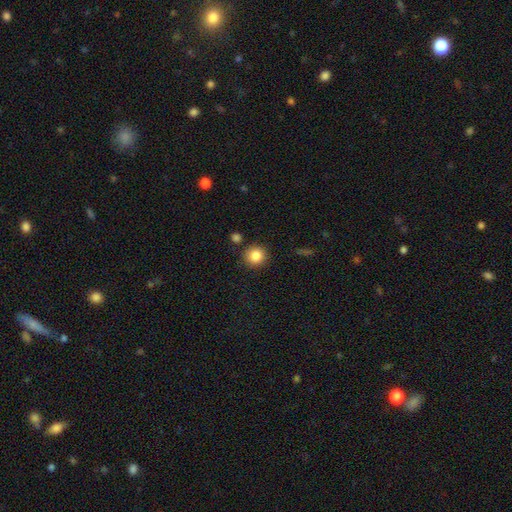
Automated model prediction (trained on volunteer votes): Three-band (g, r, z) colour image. It shows a smooth galaxy with no disk features (85%) that is round (91%). Merging: none (86%).